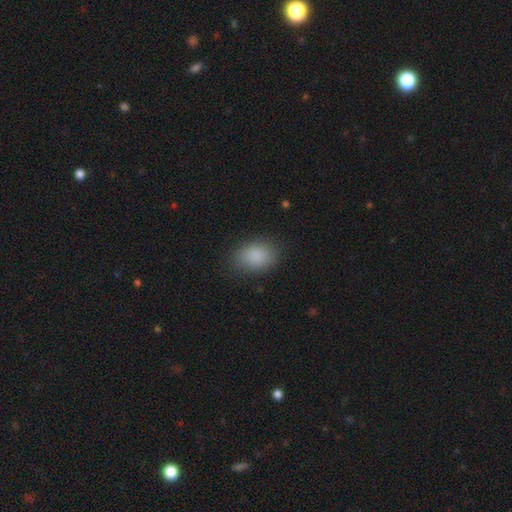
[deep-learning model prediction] Morphology: type=smooth (86%); roundness=in between (71%); merging=none (81%).